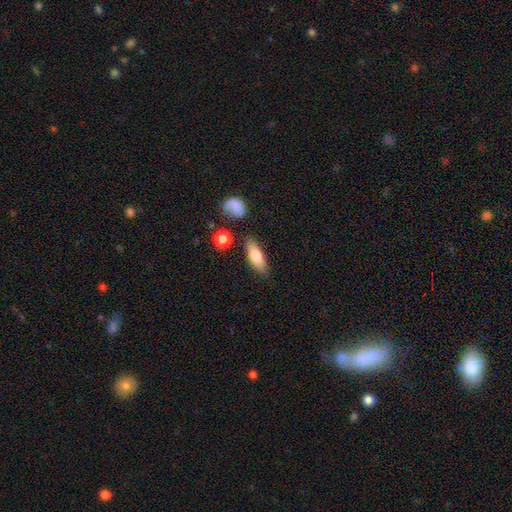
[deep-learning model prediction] A smooth galaxy with no disk features (76%) that is in between round and cigar-shaped (68%). Merging: none (79%).